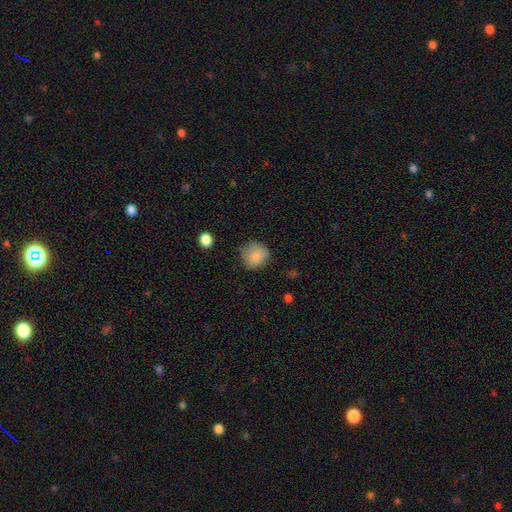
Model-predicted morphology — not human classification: smooth-or-featured: smooth: 85% | star or artifact: 9% | featured or disk: 6%
  how-rounded: round: 85% | in between: 14% | cigar-shaped: 1%
  merging: none: 69% | minor disturbance: 23% | major disturbance: 6% | merger: 2%